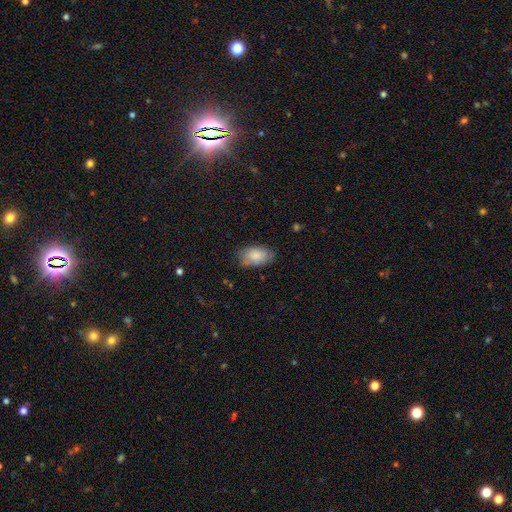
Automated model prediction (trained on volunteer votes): A smooth galaxy with no disk features (83%) that is in between round and cigar-shaped (93%). Merging: none (72%).